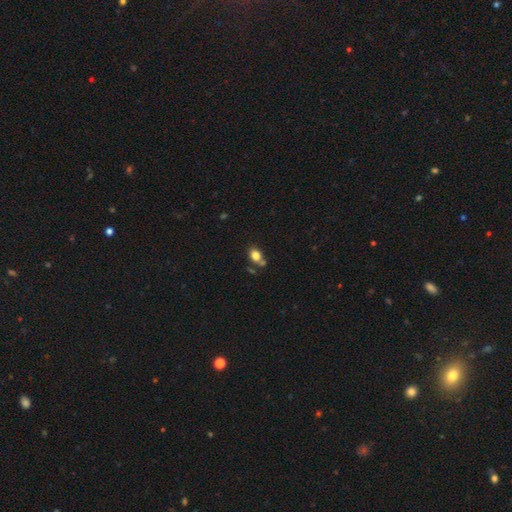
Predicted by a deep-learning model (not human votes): smooth-or-featured: smooth: 80% | star or artifact: 11% | featured or disk: 9%
  how-rounded: in between: 62% | round: 37% | cigar-shaped: 1%
  merging: none: 59% | merger: 20% | minor disturbance: 16% | major disturbance: 5%